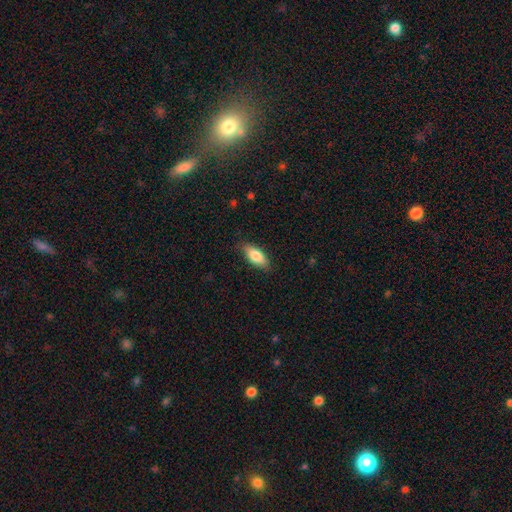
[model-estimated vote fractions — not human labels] This is clearly a smooth galaxy (80%). How rounded: likely in between (80%). Merging: clearly none (83%).